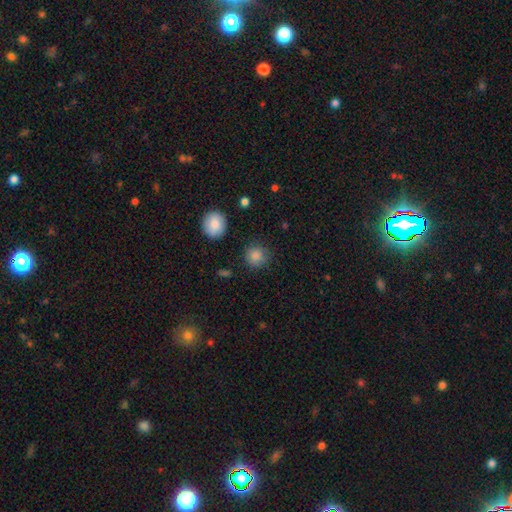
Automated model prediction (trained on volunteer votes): A smooth galaxy with no disk features (86%) that is round (90%).

Vote fractions:
- Smooth or featured? smooth: 86% / star or artifact: 10% / featured or disk: 4%
- How rounded? round: 90% / in between: 9% / cigar-shaped: 1%
- Merging? none: 82% / minor disturbance: 12% / major disturbance: 4% / merger: 2%